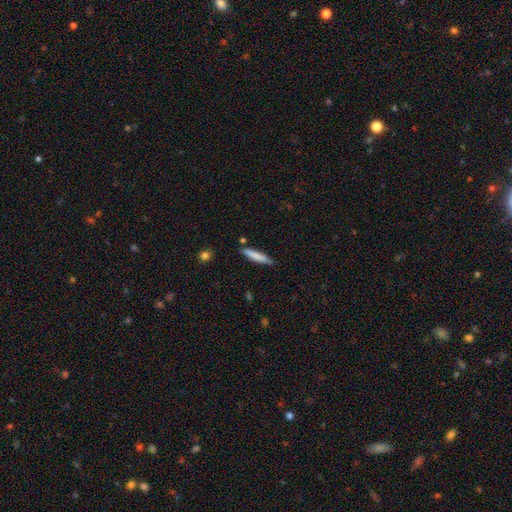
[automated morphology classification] A smooth galaxy with no disk features (76%) that is cigar-shaped (91%).

Vote fractions:
- Smooth or featured? smooth: 76% / featured or disk: 18% / star or artifact: 6%
- How rounded? cigar-shaped: 91% / in between: 8% / round: 1%
- Merging? none: 84% / minor disturbance: 12% / merger: 3% / major disturbance: 2%